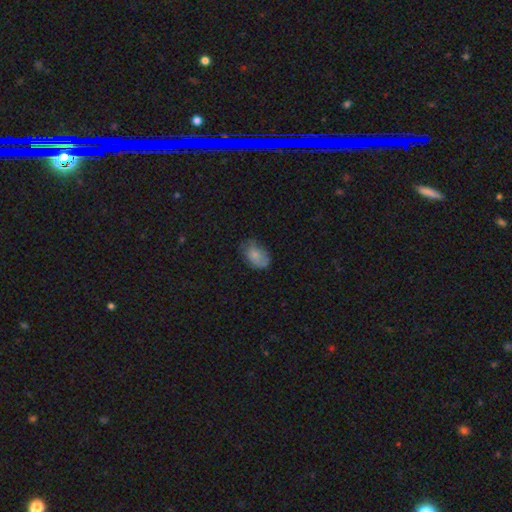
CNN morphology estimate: This is likely a smooth galaxy (74%). How rounded: clearly in between (84%). Merging: possibly none (54%).